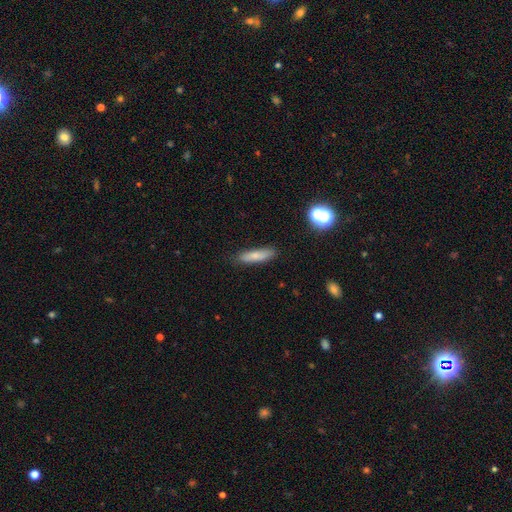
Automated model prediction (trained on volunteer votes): A smooth galaxy with no disk features (74%) that is cigar-shaped (74%). Merging: none (84%).